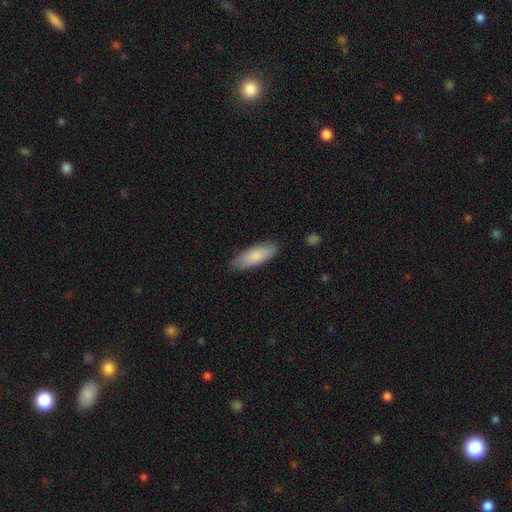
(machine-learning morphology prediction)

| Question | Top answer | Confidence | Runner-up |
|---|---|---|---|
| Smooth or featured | smooth | 83% | featured or disk (11%) |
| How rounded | in between | 60% | cigar-shaped (39%) |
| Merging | none | 84% | minor disturbance (12%) |